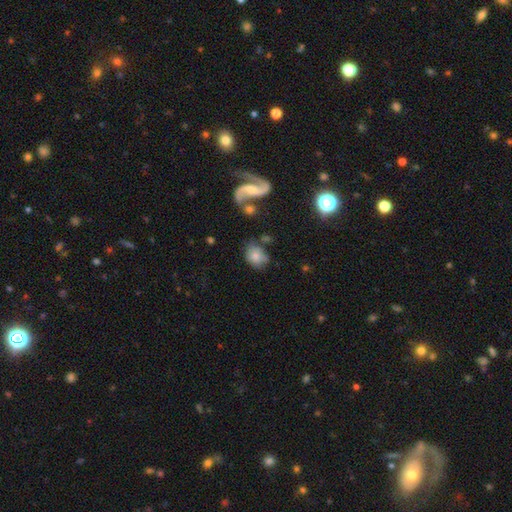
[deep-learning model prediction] A smooth galaxy with no disk features (64%) that is in between round and cigar-shaped (52%). Merging: none (54%).